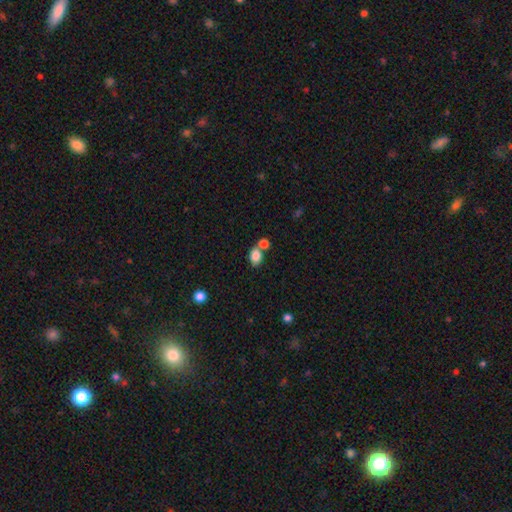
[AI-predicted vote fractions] smooth_or_featured: smooth (p=0.84) [alt: star or artifact p=0.09]
how_rounded: in between (p=0.68) [alt: round p=0.30]
merging: none (p=0.53) [alt: merger p=0.33]